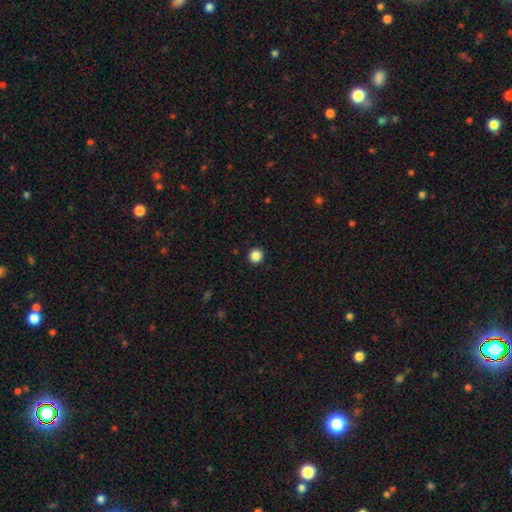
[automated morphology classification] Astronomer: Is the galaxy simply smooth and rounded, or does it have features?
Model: smooth — 86%.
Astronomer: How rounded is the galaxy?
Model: round — 95%.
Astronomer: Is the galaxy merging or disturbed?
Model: none — 93%.